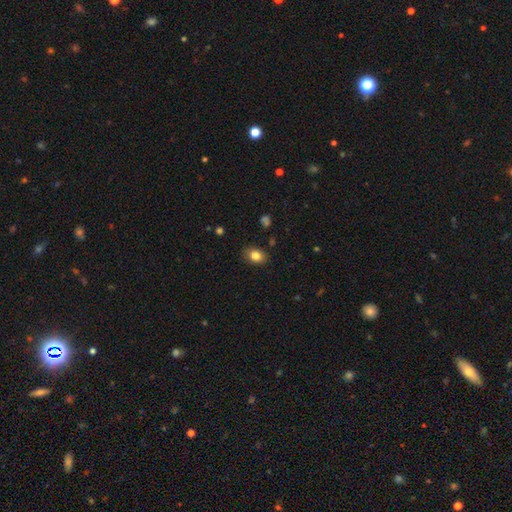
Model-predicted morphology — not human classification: smooth_or_featured: smooth (p=0.83) [alt: star or artifact p=0.09]
how_rounded: in between (p=0.72) [alt: round p=0.27]
merging: none (p=0.85) [alt: minor disturbance p=0.11]